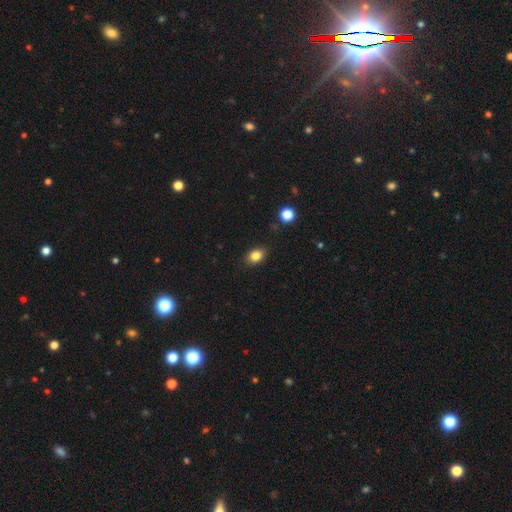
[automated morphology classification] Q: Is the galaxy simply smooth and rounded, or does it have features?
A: smooth — 83%.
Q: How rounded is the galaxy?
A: in between — 72%.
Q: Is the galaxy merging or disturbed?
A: none — 87%.